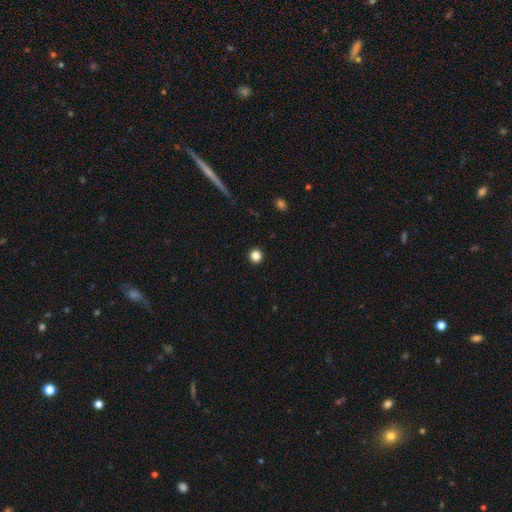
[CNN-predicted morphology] Smooth or featured?
  - smooth: 84% *
  - star or artifact: 12%
  - featured or disk: 4%
How rounded?
  - round: 94% *
  - in between: 5%
  - cigar-shaped: 1%
Merging?
  - none: 94% *
  - minor disturbance: 4%
  - major disturbance: 1%
  - merger: 1%